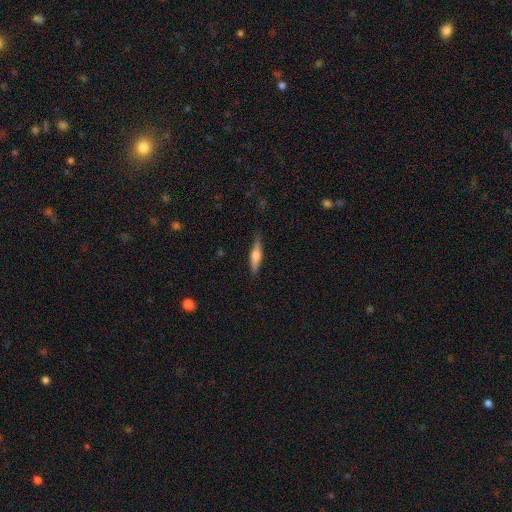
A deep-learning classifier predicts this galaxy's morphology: Smooth or featured? Predicted: featured or disk (p=0.54). Edge-on disk? Predicted: yes (p=0.95). Edge-on bulge? Predicted: rounded (p=0.90). Merging? Predicted: none (p=0.87).